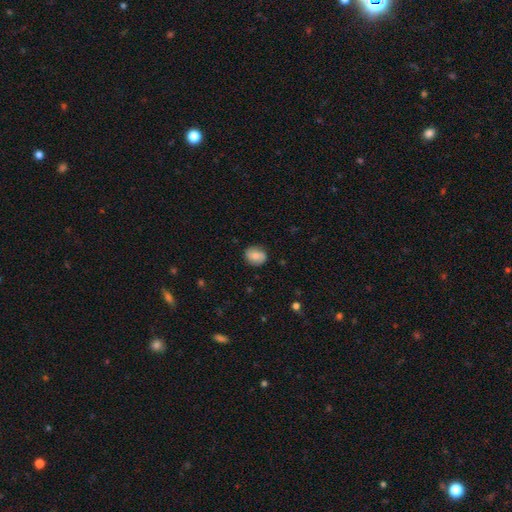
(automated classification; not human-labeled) Overall: smooth (71%). How rounded: round (52%; in between 47%). Merging: none (80%).